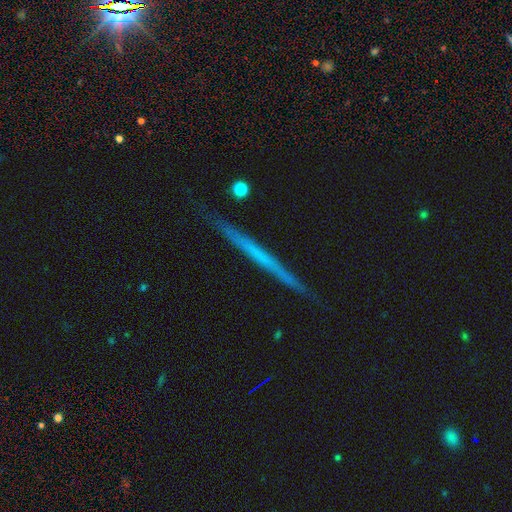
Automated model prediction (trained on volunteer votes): Smooth or featured? Predicted: featured or disk (p=0.59). Edge-on disk? Predicted: yes (p=0.97). Edge-on bulge? Predicted: none (p=0.92). Merging? Predicted: none (p=0.91).